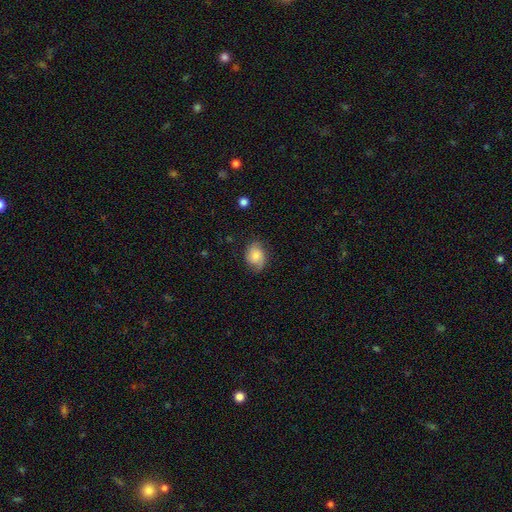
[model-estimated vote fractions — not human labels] Smooth or featured? smooth (54%)
How rounded? in between (59%)
Merging? none (70%)